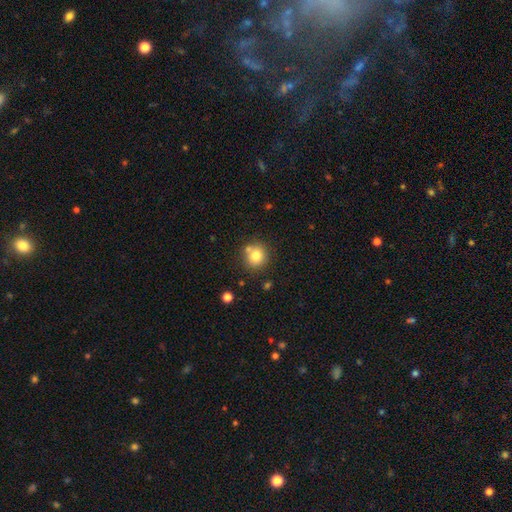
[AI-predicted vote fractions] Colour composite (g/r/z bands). It shows a smooth galaxy with no disk features (78%) that is round (89%). Merging: none (71%).